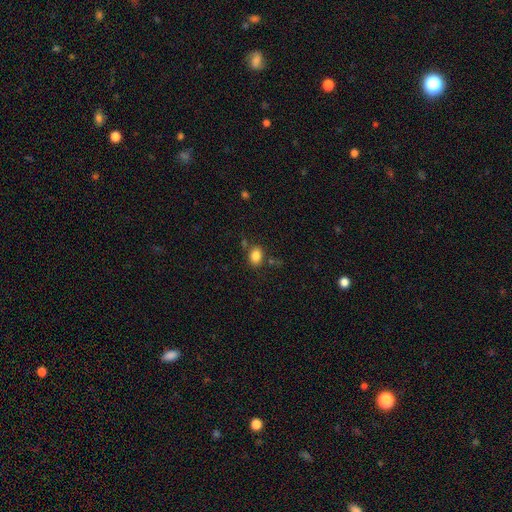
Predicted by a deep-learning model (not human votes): Overall: smooth (84%). How rounded: in between (67%; round 32%). Merging: none (74%).